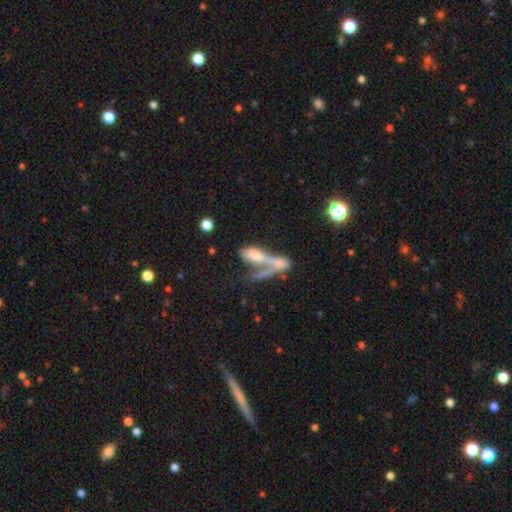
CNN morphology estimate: The model was most divided on "how rounded": cigar-shaped: 48%, in between: 47%, round: 6%. More confident: merging — merger (61%); smooth or featured — smooth (52%).